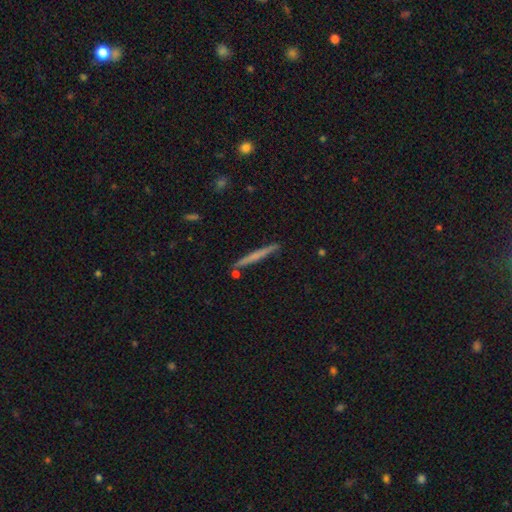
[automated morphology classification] Overall: smooth (48%; featured or disk 45%). Merging: none (88%).